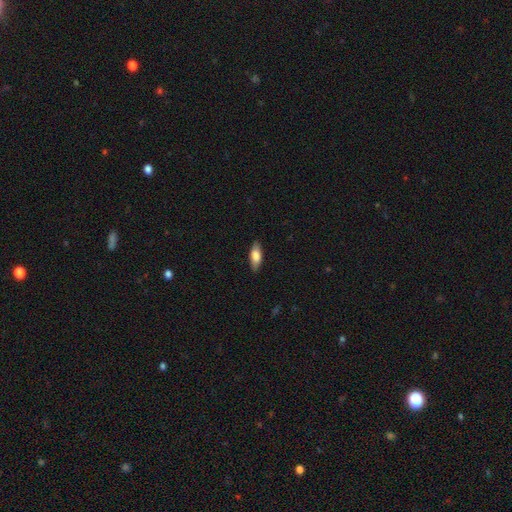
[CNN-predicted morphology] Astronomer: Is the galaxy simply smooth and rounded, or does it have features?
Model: smooth — 75%.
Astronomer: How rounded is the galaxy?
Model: in between — 72%.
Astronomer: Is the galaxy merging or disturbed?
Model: none — 86%.